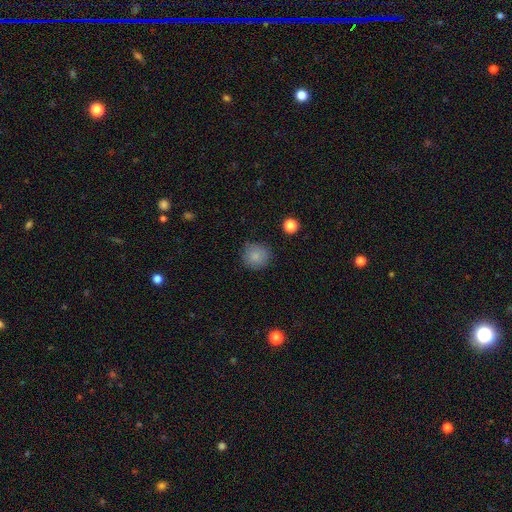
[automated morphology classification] smooth 84%, star or artifact 10%, featured or disk 7%. Down the decision tree: how rounded — round (92%); merging — none (83%).